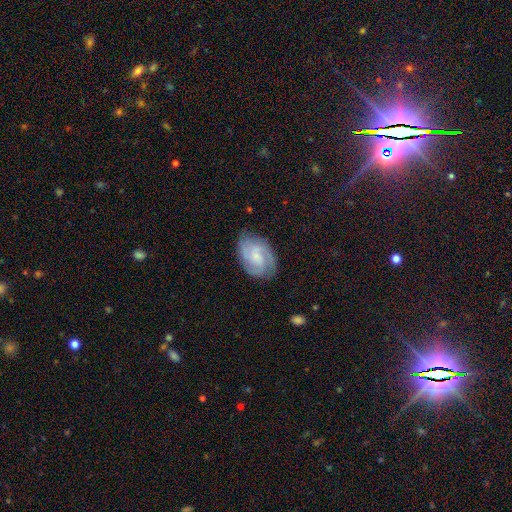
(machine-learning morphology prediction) type=featured or disk (72%); edge-on=no (97%); bar=no (48%); spiral arms=yes (94%); winding=tight (45%); arm count=2 (44%); bulge=small (54%); merging=none (76%).